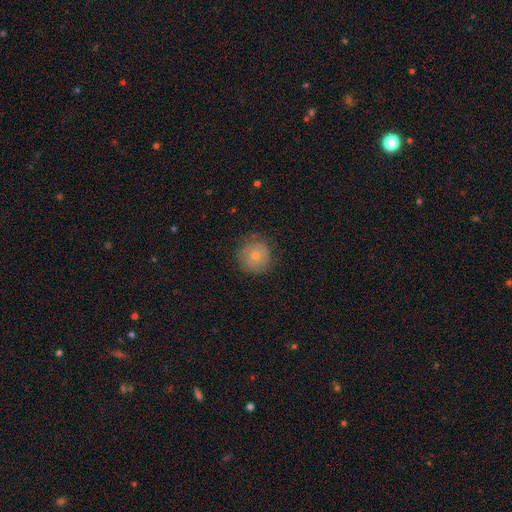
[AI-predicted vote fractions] smooth_or_featured: smooth (p=0.69) [alt: featured or disk p=0.23]
how_rounded: round (p=0.93) [alt: in between p=0.06]
merging: none (p=0.77) [alt: minor disturbance p=0.17]